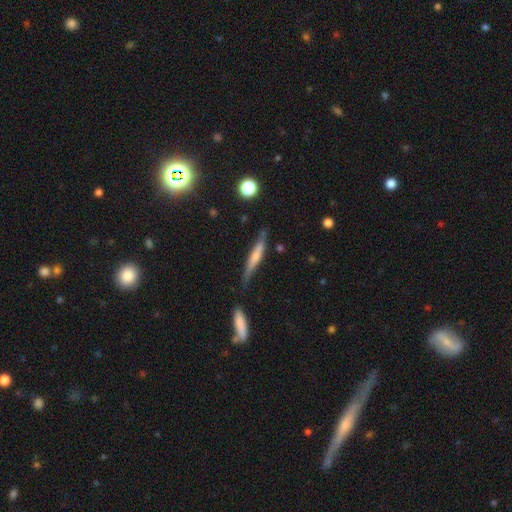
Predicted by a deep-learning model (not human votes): smooth-or-featured: featured or disk: 48% | smooth: 45% | star or artifact: 6%
  merging: none: 71% | minor disturbance: 20% | major disturbance: 5% | merger: 3%